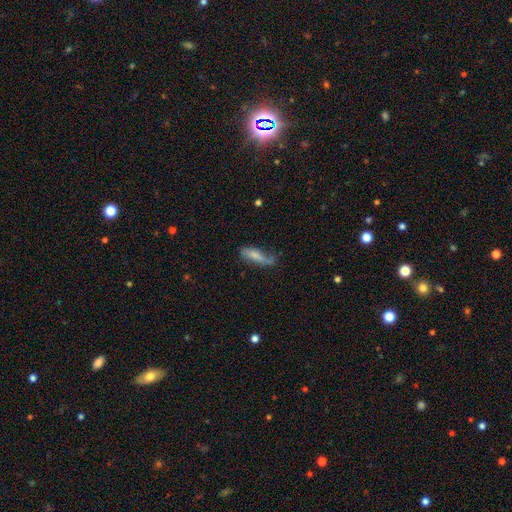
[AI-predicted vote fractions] Smooth or featured? Predicted: smooth (p=0.64). How rounded? Predicted: cigar-shaped (p=0.57). Merging? Predicted: none (p=0.44).